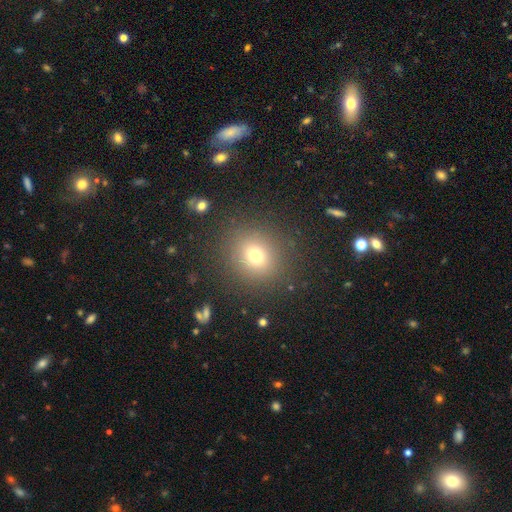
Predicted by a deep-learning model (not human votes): smooth-or-featured: smooth: 73% | star or artifact: 17% | featured or disk: 10%
  how-rounded: round: 82% | in between: 17% | cigar-shaped: 1%
  merging: none: 87% | minor disturbance: 7% | major disturbance: 4% | merger: 2%